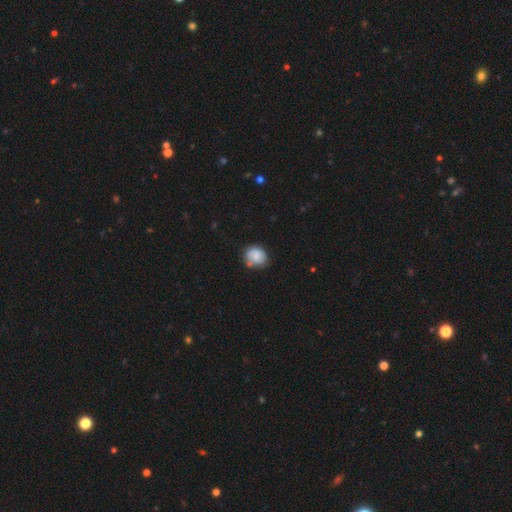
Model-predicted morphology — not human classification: Smooth or featured? Predicted: smooth (p=0.74). How rounded? Predicted: round (p=0.67). Merging? Predicted: none (p=0.60).